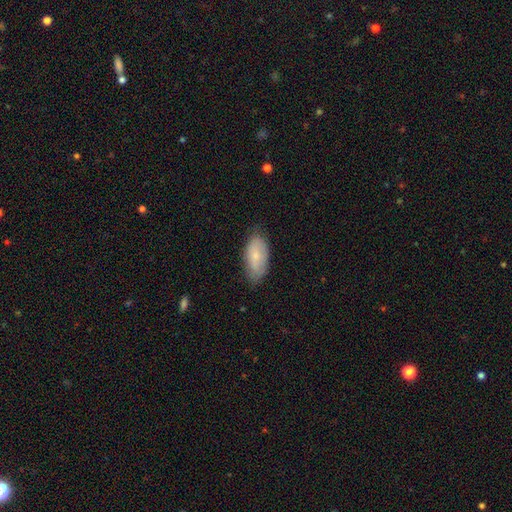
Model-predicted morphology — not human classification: This appears to be a smooth galaxy with no disk features (69%) that is in between round and cigar-shaped (92%). Merging: none (71%).